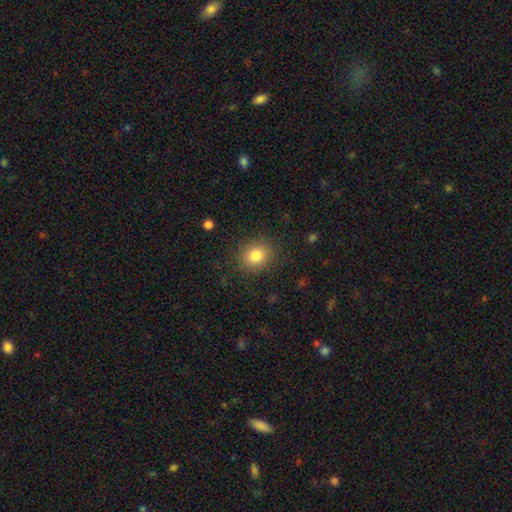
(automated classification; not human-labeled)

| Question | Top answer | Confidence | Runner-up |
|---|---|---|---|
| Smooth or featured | smooth | 82% | star or artifact (11%) |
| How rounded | round | 71% | in between (28%) |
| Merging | none | 86% | minor disturbance (9%) |